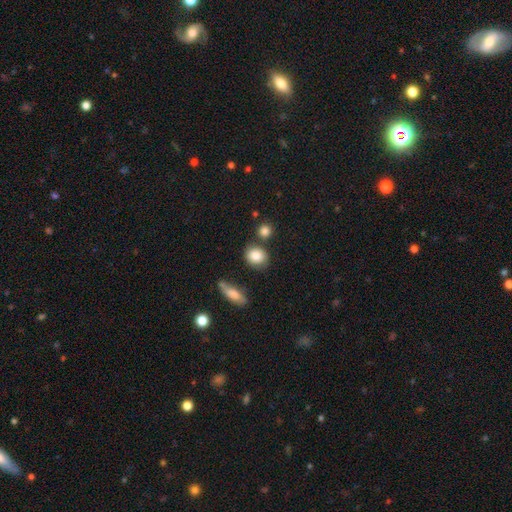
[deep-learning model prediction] This is clearly a smooth galaxy (84%). How rounded: likely round (64%). Merging: likely none (70%).